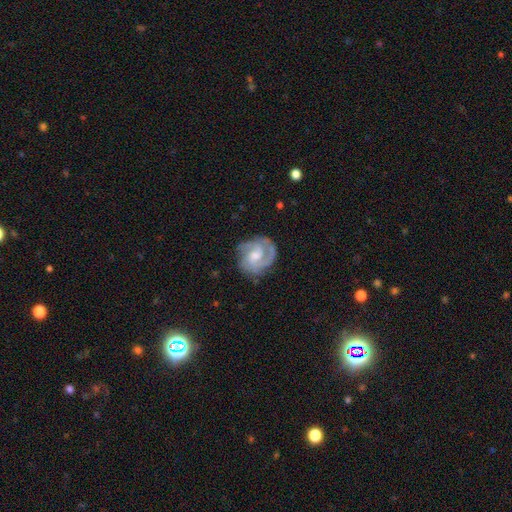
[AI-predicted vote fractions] Smooth or featured? Predicted: featured or disk (p=0.83). Edge-on disk? Predicted: no (p=0.98). Bar? Predicted: no (p=0.54). Spiral arms? Predicted: yes (p=0.96). Spiral winding? Predicted: tight (p=0.49). Spiral arm count? Predicted: 2 (p=0.40). Bulge size? Predicted: moderate (p=0.53). Merging? Predicted: none (p=0.71).